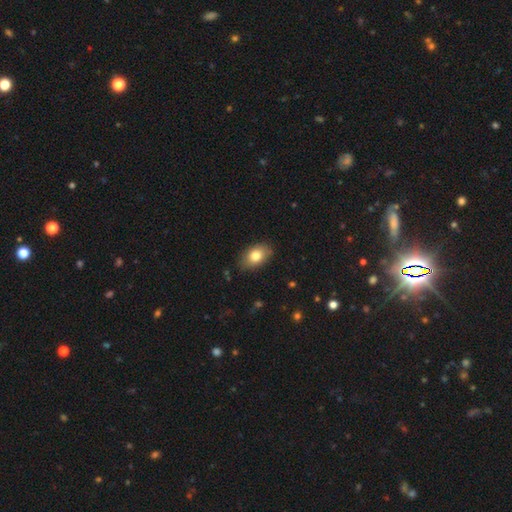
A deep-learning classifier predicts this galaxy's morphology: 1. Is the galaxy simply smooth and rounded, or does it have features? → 79% smooth, 13% featured or disk, 8% star or artifact.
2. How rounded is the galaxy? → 87% in between, 12% round, 1% cigar-shaped.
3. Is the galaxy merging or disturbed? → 82% none, 14% minor disturbance, 3% major disturbance, 1% merger.